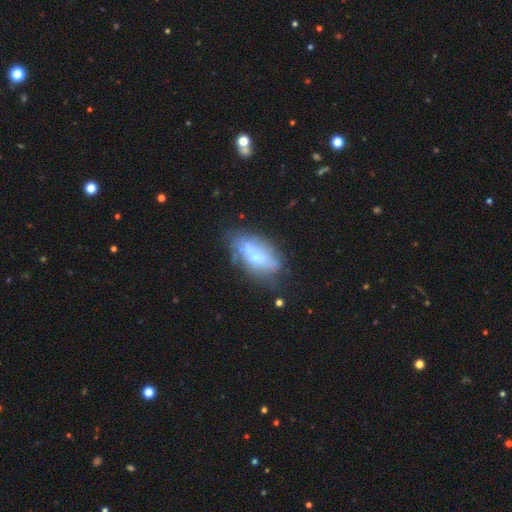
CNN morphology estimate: A featured or disk galaxy (50%). Merging: none (45%).